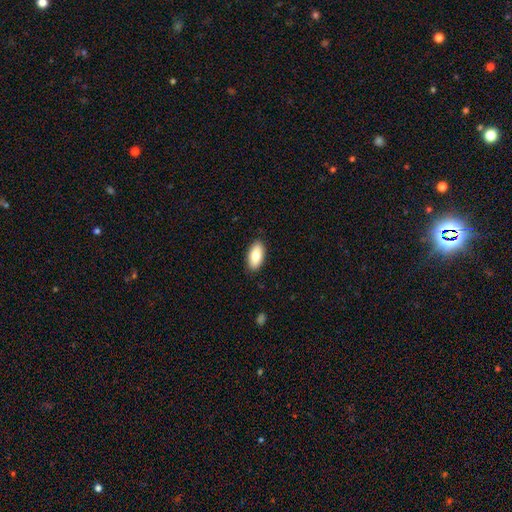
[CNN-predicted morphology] A smooth galaxy with no disk features (83%) that is in between round and cigar-shaped (92%). Merging: none (89%).